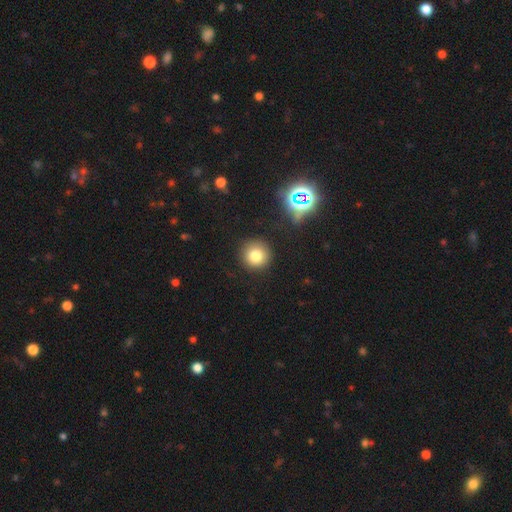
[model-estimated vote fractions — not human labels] Smooth or featured? smooth (76%)
How rounded? round (94%)
Merging? none (89%)